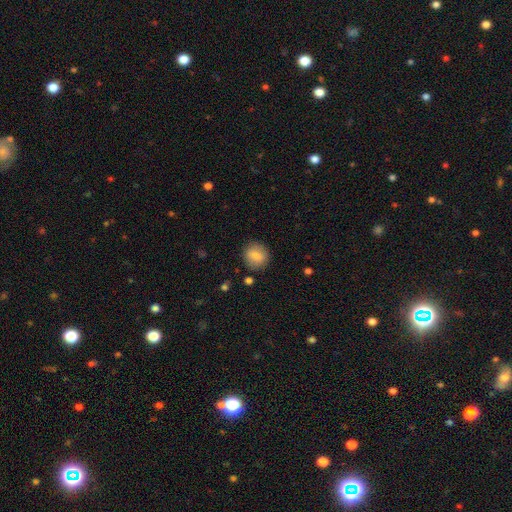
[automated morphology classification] This is clearly a smooth galaxy (82%). How rounded: likely round (78%). Merging: clearly none (86%).